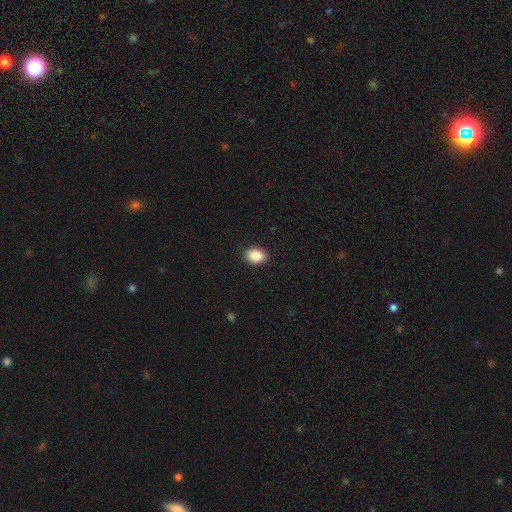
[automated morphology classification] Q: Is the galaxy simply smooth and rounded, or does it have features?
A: smooth — 88%.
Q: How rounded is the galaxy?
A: in between — 70%.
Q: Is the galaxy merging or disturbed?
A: none — 89%.